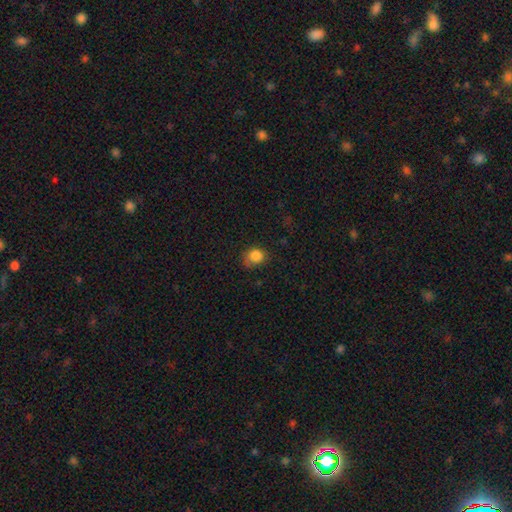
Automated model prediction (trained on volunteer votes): Smooth or featured? Predicted: smooth (p=0.84). How rounded? Predicted: round (p=0.67). Merging? Predicted: none (p=0.57).